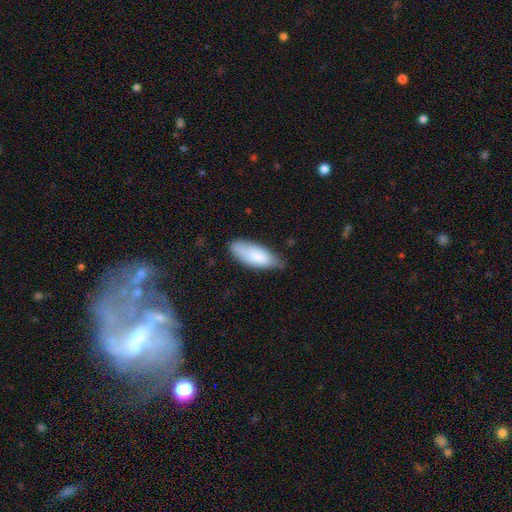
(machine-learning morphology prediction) type=smooth (82%); roundness=in between (77%); merging=none (58%).